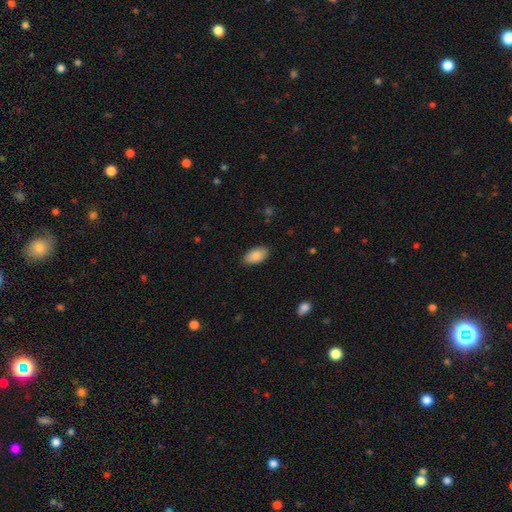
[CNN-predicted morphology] The model was most divided on "merging": none: 86%, minor disturbance: 11%, major disturbance: 2%, merger: 1%. More confident: how rounded — in between (94%); smooth or featured — smooth (89%).